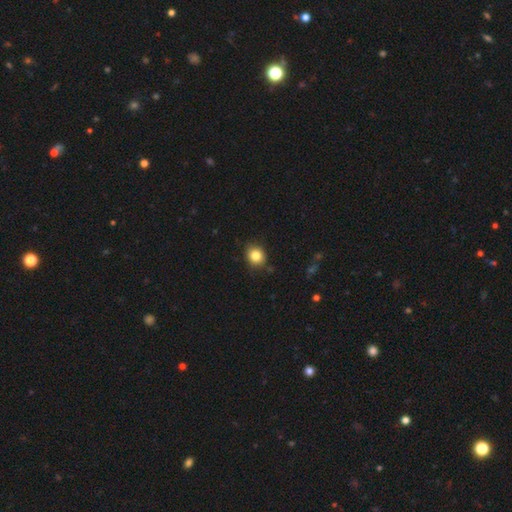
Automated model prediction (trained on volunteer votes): A smooth galaxy with no disk features (84%) that is round (71%). Merging: none (85%).